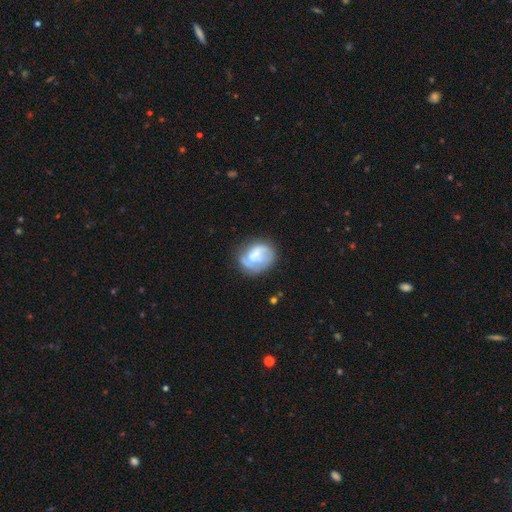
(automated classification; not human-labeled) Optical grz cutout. It shows a featured or disk galaxy (48%). Merging: none (49%).